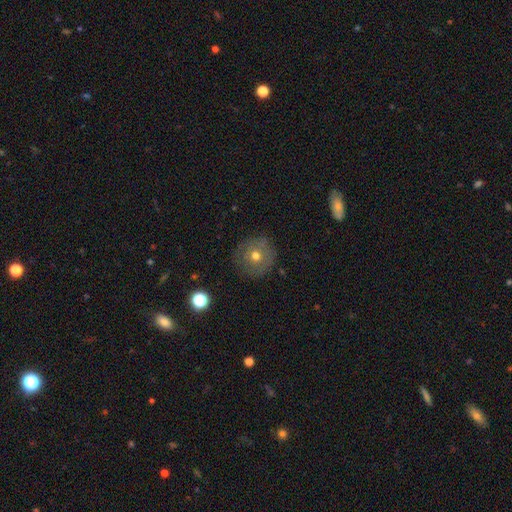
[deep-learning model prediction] A smooth galaxy with no disk features (59%) that is round (94%).

Vote fractions:
- Smooth or featured? smooth: 59% / featured or disk: 29% / star or artifact: 12%
- How rounded? round: 94% / in between: 5% / cigar-shaped: 1%
- Merging? none: 83% / minor disturbance: 12% / major disturbance: 4% / merger: 1%